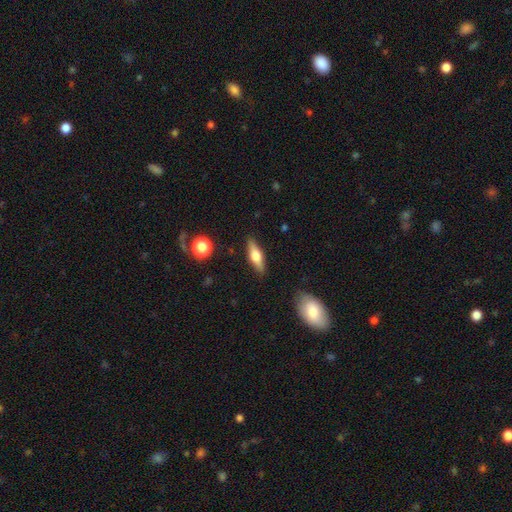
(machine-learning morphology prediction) A smooth galaxy with no disk features (53%) that is cigar-shaped (50%). Merging: none (86%).